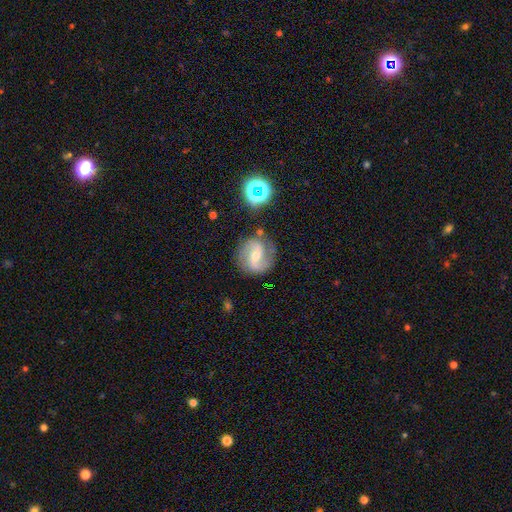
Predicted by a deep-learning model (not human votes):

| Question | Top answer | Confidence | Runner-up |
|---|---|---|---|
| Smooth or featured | featured or disk | 79% | smooth (13%) |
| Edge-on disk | no | 97% | yes (3%) |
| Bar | weak | 48% | strong (28%) |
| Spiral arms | yes | 94% | no (6%) |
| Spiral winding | medium | 48% | loose (36%) |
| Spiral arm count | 2 | 89% | can't tell (5%) |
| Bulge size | moderate | 48% | small (46%) |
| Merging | none | 76% | minor disturbance (15%) |